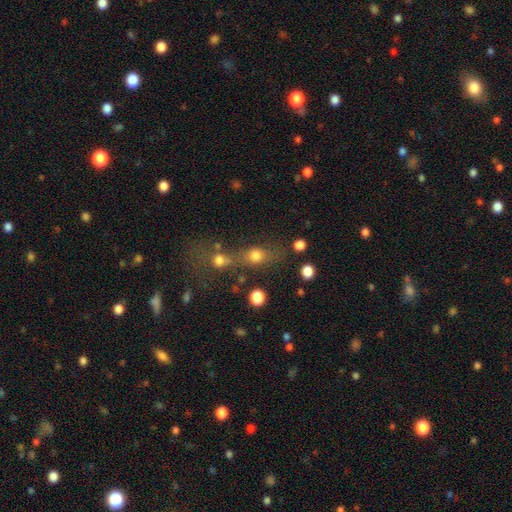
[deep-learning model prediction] A smooth galaxy with no disk features (66%) that is round (49%).

Vote fractions:
- Smooth or featured? smooth: 66% / star or artifact: 19% / featured or disk: 15%
- How rounded? round: 49% / in between: 39% / cigar-shaped: 11%
- Merging? merger: 43% / none: 37% / minor disturbance: 10% / major disturbance: 10%